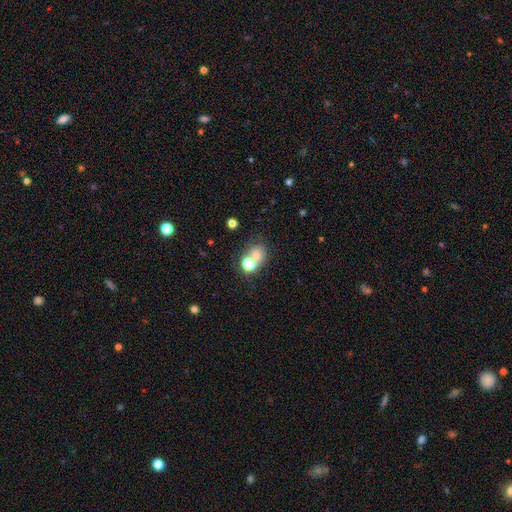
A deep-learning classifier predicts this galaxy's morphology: smooth_or_featured: smooth (p=0.69) [alt: star or artifact p=0.18]
how_rounded: round (p=0.64) [alt: in between p=0.35]
merging: none (p=0.43) [alt: merger p=0.41]